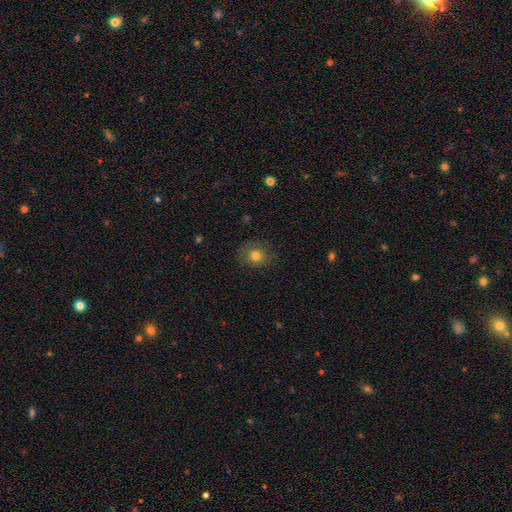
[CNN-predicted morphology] The model was most divided on "how rounded": round: 74%, in between: 26%, cigar-shaped: 1%. More confident: merging — none (81%); smooth or featured — smooth (75%).